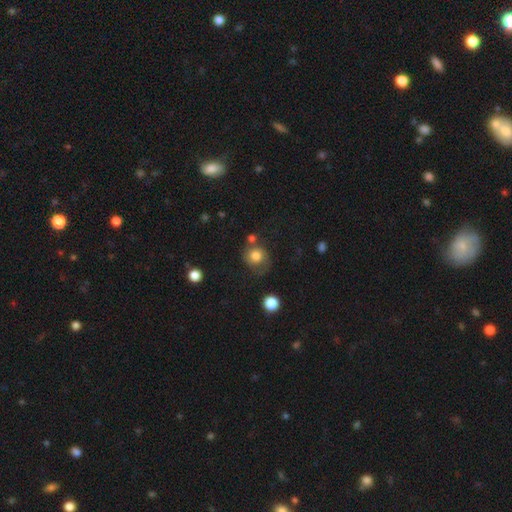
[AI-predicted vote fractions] Morphology: type=smooth (75%); roundness=round (83%); merging=none (54%).